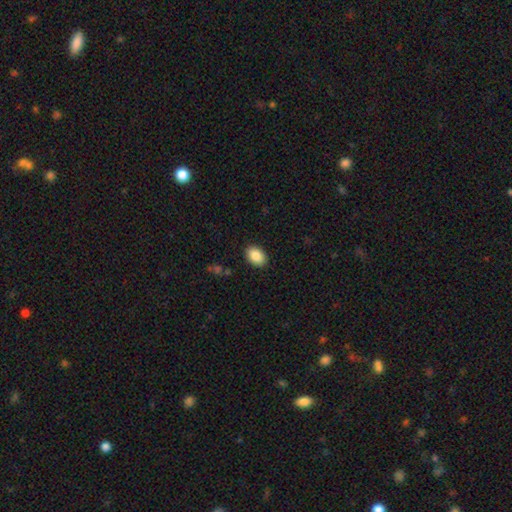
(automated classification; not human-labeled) Overall: smooth (88%). How rounded: in between (83%). Merging: none (89%).